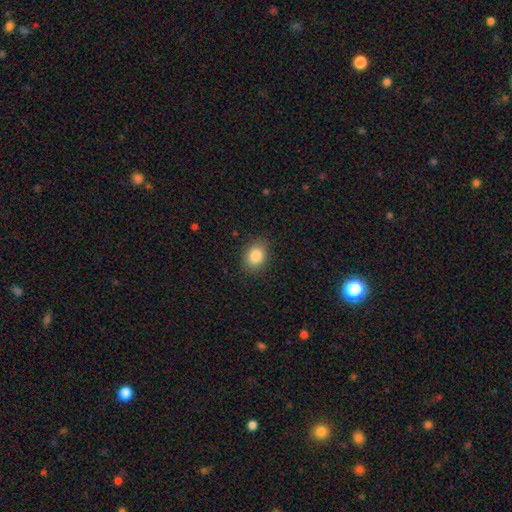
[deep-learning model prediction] Smooth or featured: smooth — 86% (star or artifact — 9%)
How rounded: in between — 59% (round — 40%)
Merging: none — 86% (minor disturbance — 10%)